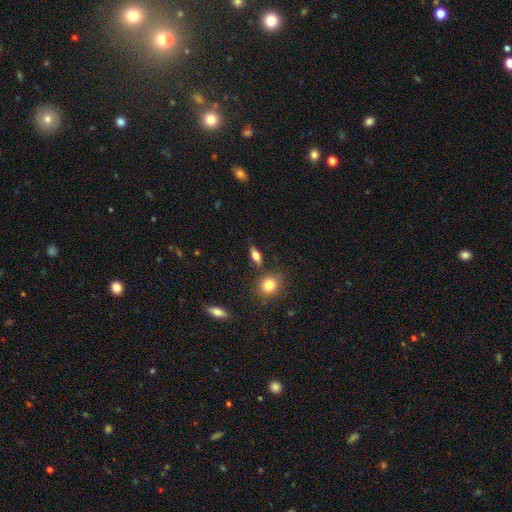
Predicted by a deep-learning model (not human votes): This appears to be a smooth galaxy with no disk features (69%) that is in between round and cigar-shaped (70%). Merging: none (80%).